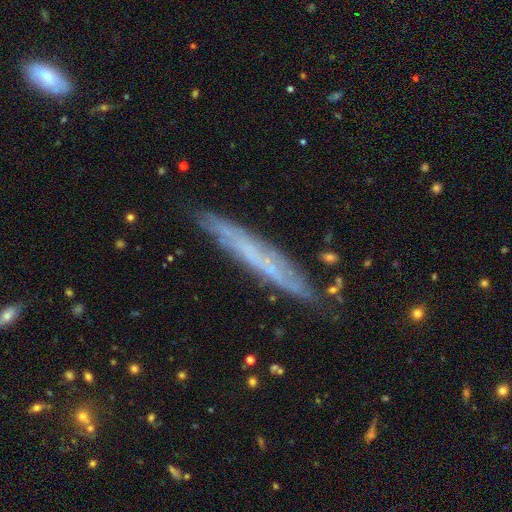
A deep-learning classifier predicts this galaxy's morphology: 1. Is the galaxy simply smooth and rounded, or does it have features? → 58% featured or disk, 33% smooth, 9% star or artifact.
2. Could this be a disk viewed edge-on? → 79% yes, 21% no.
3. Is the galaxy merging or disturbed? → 80% none, 15% minor disturbance, 3% major disturbance, 2% merger.